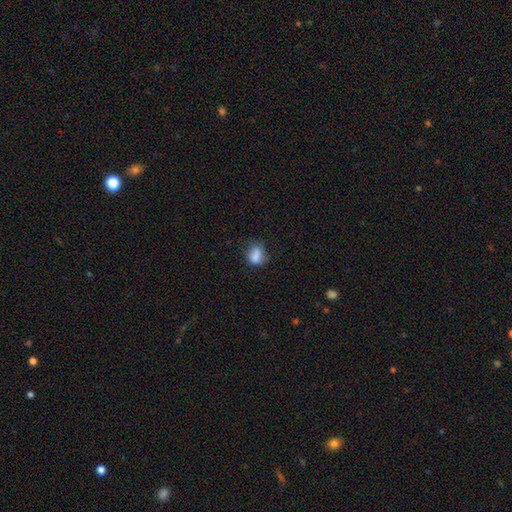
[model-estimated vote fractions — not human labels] A smooth galaxy with no disk features (82%) that is in between round and cigar-shaped (62%). Merging: none (53%).